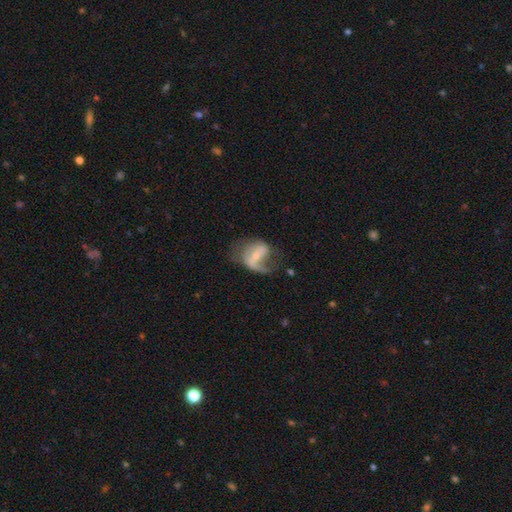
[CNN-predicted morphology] type=featured or disk (67%); edge-on=no (96%); bar=weak (40%); spiral arms=yes (74%); bulge=small (56%); merging=major disturbance (41%).